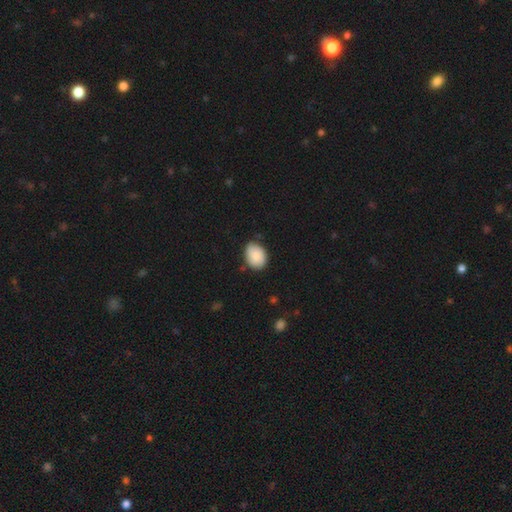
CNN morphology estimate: A smooth galaxy with no disk features (86%) that is in between round and cigar-shaped (72%).

Vote fractions:
- Smooth or featured? smooth: 86% / featured or disk: 7% / star or artifact: 7%
- How rounded? in between: 72% / round: 27% / cigar-shaped: 1%
- Merging? none: 72% / minor disturbance: 23% / major disturbance: 3% / merger: 2%